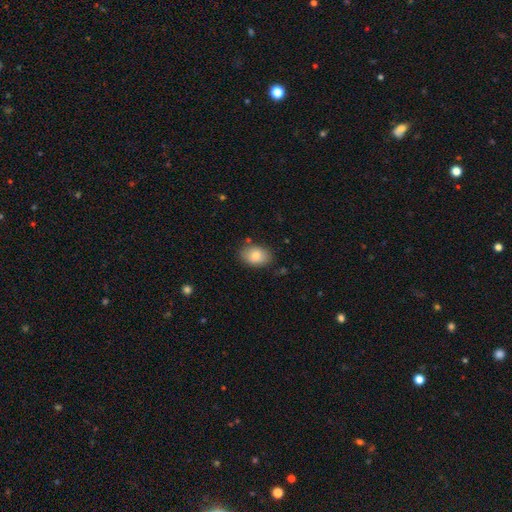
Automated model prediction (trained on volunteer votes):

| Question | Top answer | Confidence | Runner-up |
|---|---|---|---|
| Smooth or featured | smooth | 82% | featured or disk (10%) |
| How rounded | in between | 80% | round (19%) |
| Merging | none | 82% | minor disturbance (13%) |